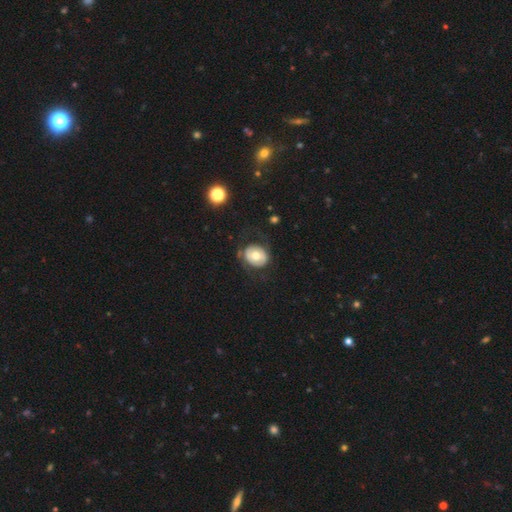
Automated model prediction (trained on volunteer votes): Smooth or featured? smooth (51%)
How rounded? round (62%)
Merging? none (72%)